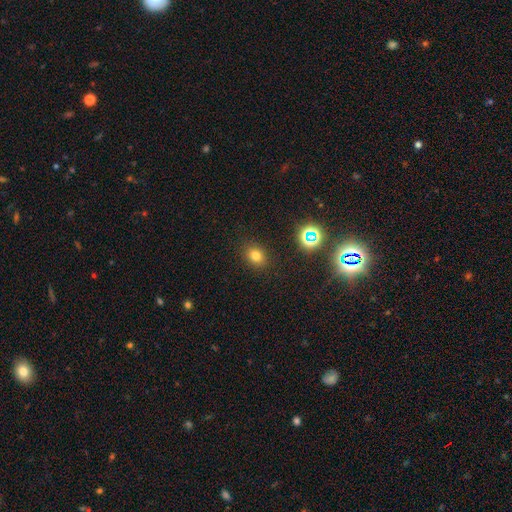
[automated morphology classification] Smooth or featured?
  - smooth: 74% *
  - star or artifact: 19%
  - featured or disk: 7%
How rounded?
  - round: 57% *
  - in between: 42%
  - cigar-shaped: 1%
Merging?
  - none: 88% *
  - minor disturbance: 8%
  - major disturbance: 3%
  - merger: 1%